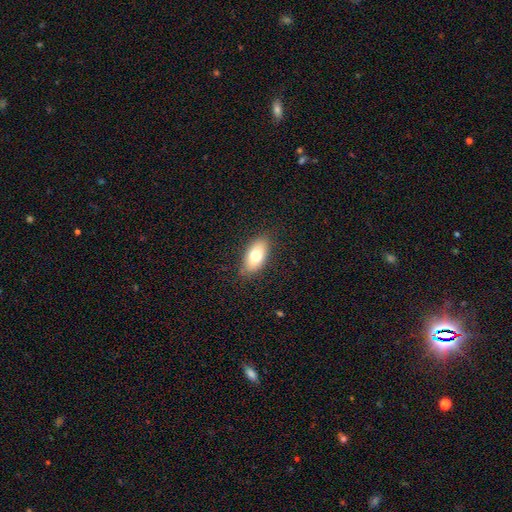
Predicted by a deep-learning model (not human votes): Smooth or featured? Predicted: smooth (p=0.73). How rounded? Predicted: in between (p=0.90). Merging? Predicted: none (p=0.85).